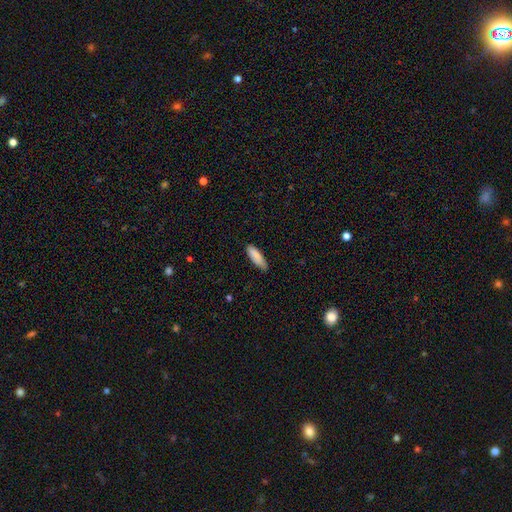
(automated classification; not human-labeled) Smooth or featured? Predicted: smooth (p=0.87). How rounded? Predicted: cigar-shaped (p=0.51). Merging? Predicted: none (p=0.78).